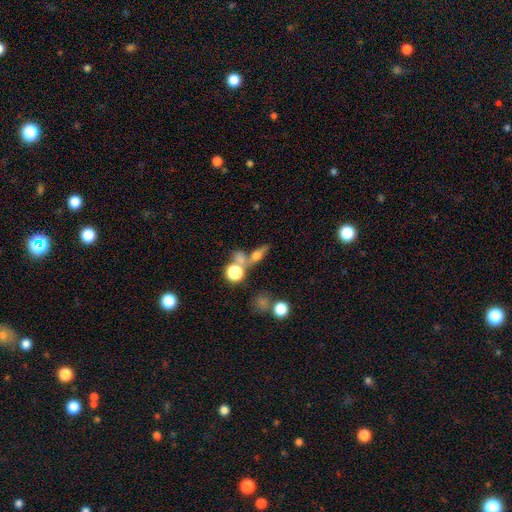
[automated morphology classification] This appears to be a smooth galaxy with no disk features (47%). Merging: none (53%).